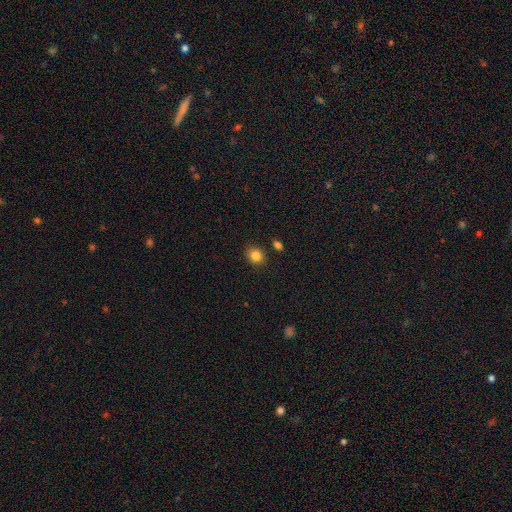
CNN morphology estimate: This is clearly a smooth galaxy (84%). How rounded: likely round (70%). Merging: clearly none (85%).